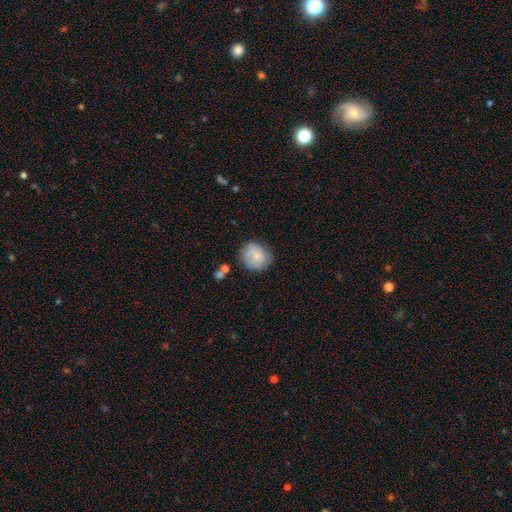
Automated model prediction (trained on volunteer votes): A smooth galaxy with no disk features (66%) that is round (78%). Merging: none (68%).